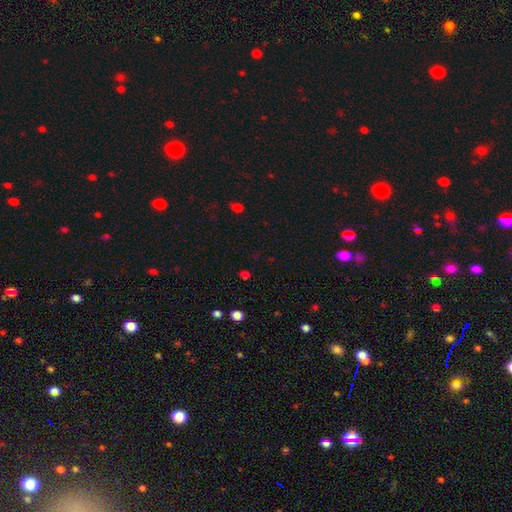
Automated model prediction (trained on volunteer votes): Morphology: type=star or artifact (54%).